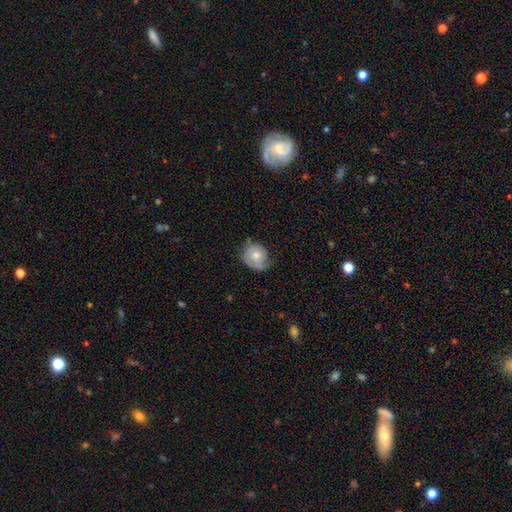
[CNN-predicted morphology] smooth 49%, featured or disk 44%, star or artifact 7%. Down the decision tree: merging — none (53%).